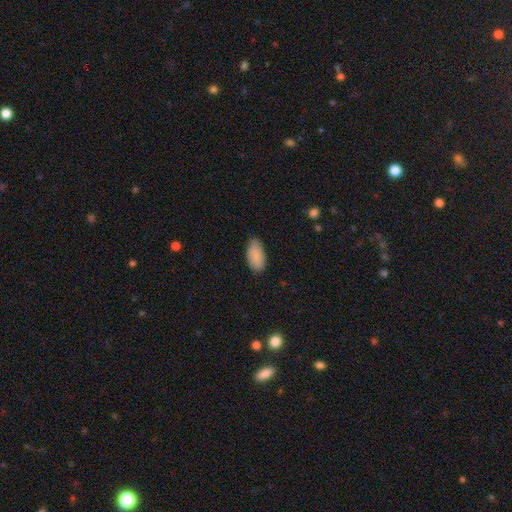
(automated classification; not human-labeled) Overall: smooth (89%). How rounded: in between (93%). Merging: none (78%).